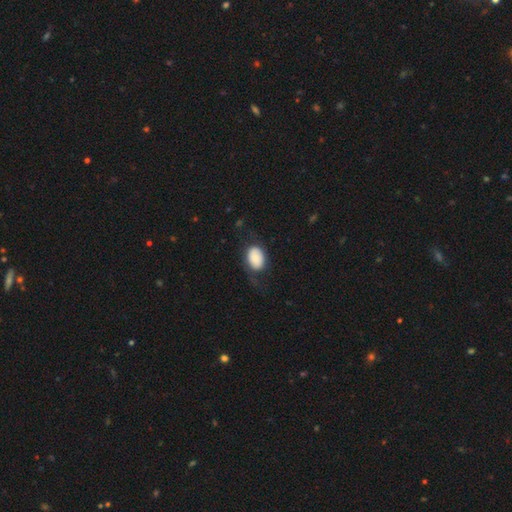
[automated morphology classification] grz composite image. It shows a smooth galaxy with no disk features (83%) that is in between round and cigar-shaped (83%). Merging: none (56%).